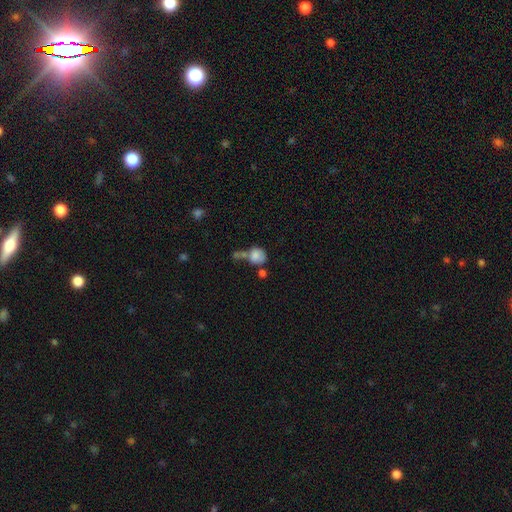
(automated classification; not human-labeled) A smooth galaxy with no disk features (78%) that is round (69%). Merging: merger (44%).